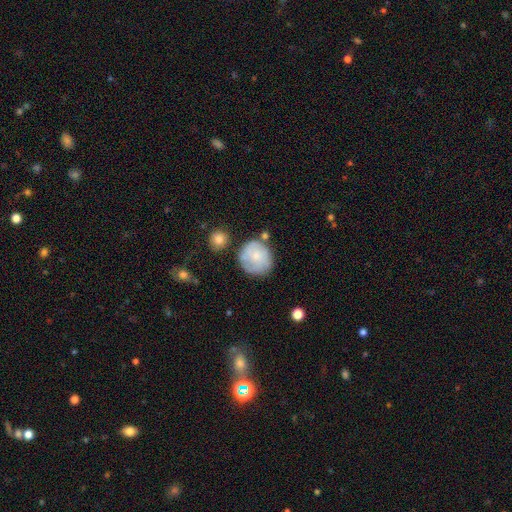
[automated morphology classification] The model was most divided on "smooth or featured": smooth: 65%, featured or disk: 28%, star or artifact: 7%. More confident: how rounded — round (87%); merging — none (62%).